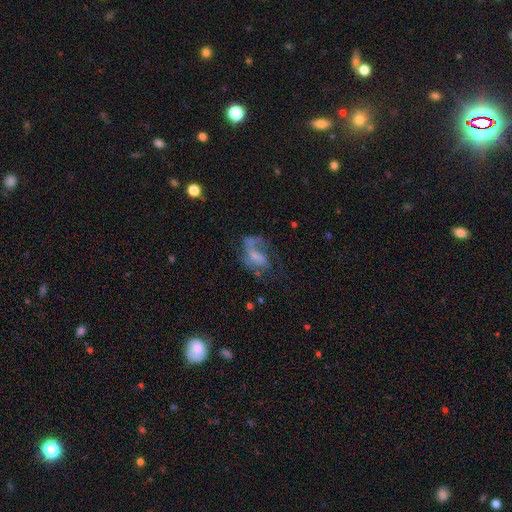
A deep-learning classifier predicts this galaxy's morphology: Q: Smooth or featured?
A: featured or disk (60%); runner-up: smooth (29%)
Q: Edge-on disk?
A: no (96%); runner-up: yes (4%)
Q: Bar?
A: no (52%); runner-up: weak (36%)
Q: Spiral arms?
A: yes (63%); runner-up: no (37%)
Q: Bulge size?
A: small (43%); runner-up: none (28%)
Q: Merging?
A: major disturbance (40%); runner-up: none (33%)